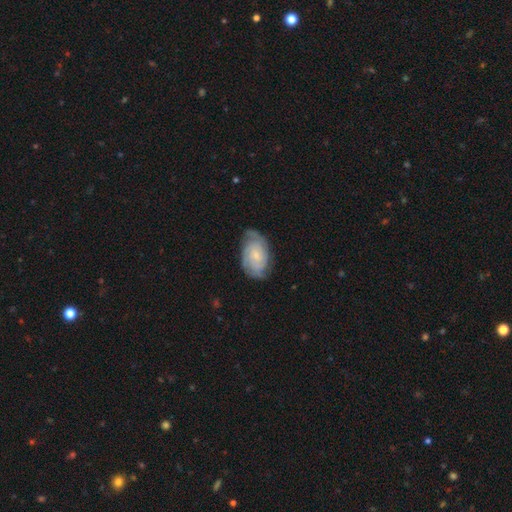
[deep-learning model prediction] This is likely a featured or disk galaxy (72%). It is clearly not viewed edge-on (96%). Bar: likely no (71%). Spiral arm pattern: clearly yes (93%). Spiral arm count: marginally 2 (38%). Spiral winding: likely tight (65%). Central bulge: likely small (69%). Merging: likely none (67%).